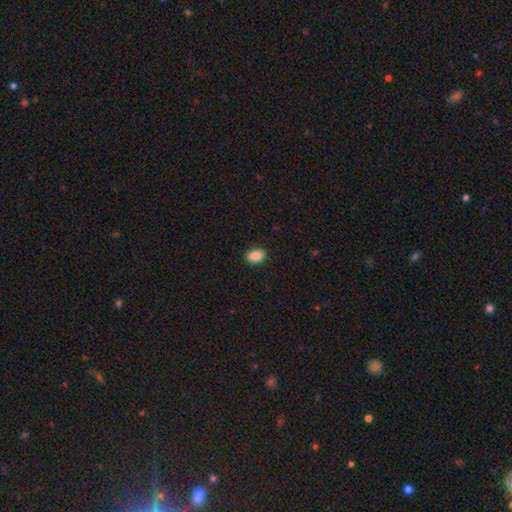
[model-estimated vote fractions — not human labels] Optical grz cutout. It shows a smooth galaxy with no disk features (88%) that is in between round and cigar-shaped (82%). Merging: none (88%).